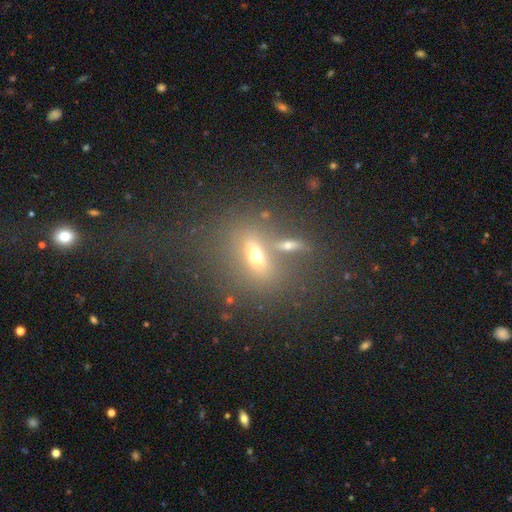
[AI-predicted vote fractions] Overall: smooth (55%; featured or disk 28%). How rounded: in between (63%; round 26%). Merging: none (57%; merger 24%).